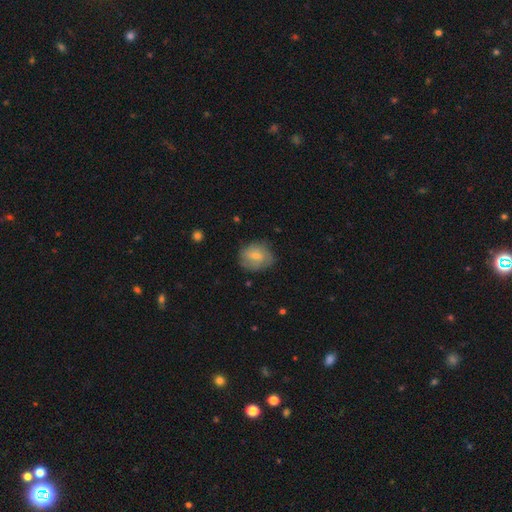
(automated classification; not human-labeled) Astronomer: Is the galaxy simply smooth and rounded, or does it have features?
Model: smooth — 65%.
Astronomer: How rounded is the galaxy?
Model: round — 63%.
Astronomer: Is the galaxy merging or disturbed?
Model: none — 68%.